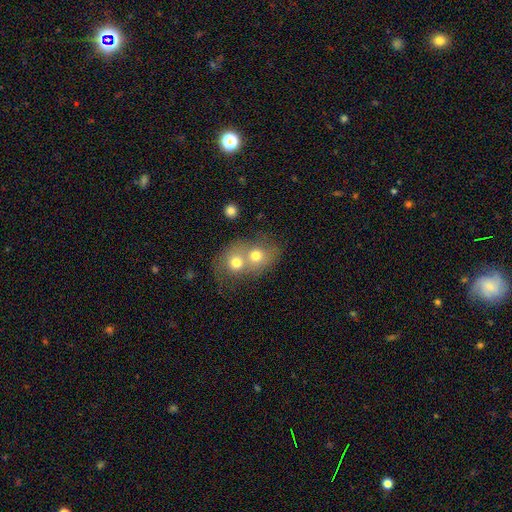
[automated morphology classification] smooth 69%, featured or disk 21%, star or artifact 10%. Down the decision tree: how rounded — round (62%); merging — merger (68%).